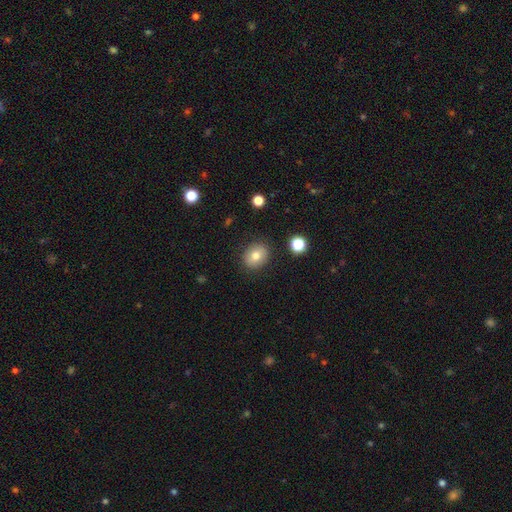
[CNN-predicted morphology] Smooth or featured: smooth — 78% (featured or disk — 12%)
How rounded: round — 58% (in between — 41%)
Merging: none — 87% (minor disturbance — 9%)